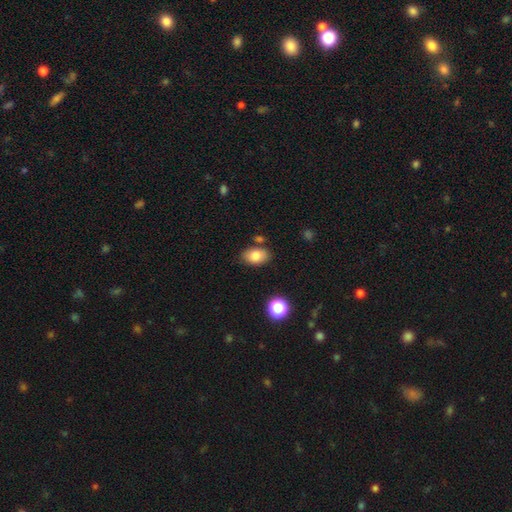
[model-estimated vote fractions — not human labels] The model was most divided on "merging": none: 79%, minor disturbance: 12%, merger: 6%, major disturbance: 3%. More confident: how rounded — in between (85%); smooth or featured — smooth (81%).